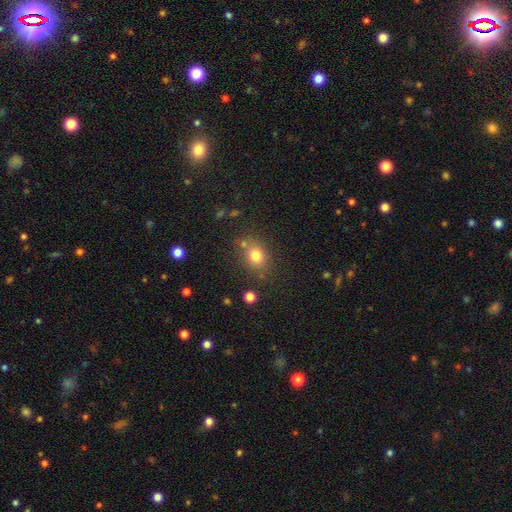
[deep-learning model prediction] smooth 78%, star or artifact 13%, featured or disk 9%. Down the decision tree: how rounded — round (64%); merging — none (73%).